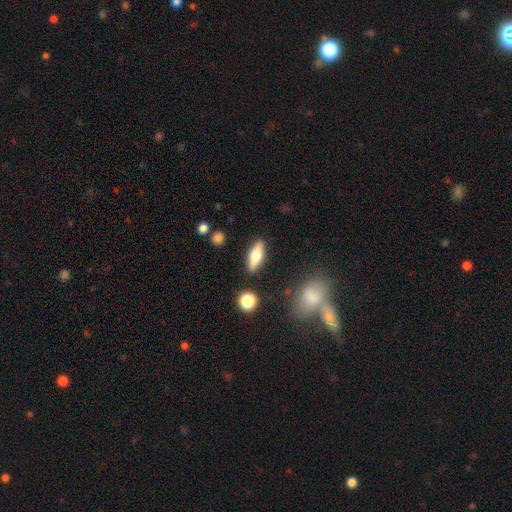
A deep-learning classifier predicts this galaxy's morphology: A smooth galaxy with no disk features (60%) that is in between round and cigar-shaped (57%).

Vote fractions:
- Smooth or featured? smooth: 60% / featured or disk: 33% / star or artifact: 7%
- How rounded? in between: 57% / cigar-shaped: 40% / round: 3%
- Merging? none: 86% / minor disturbance: 9% / merger: 3% / major disturbance: 2%